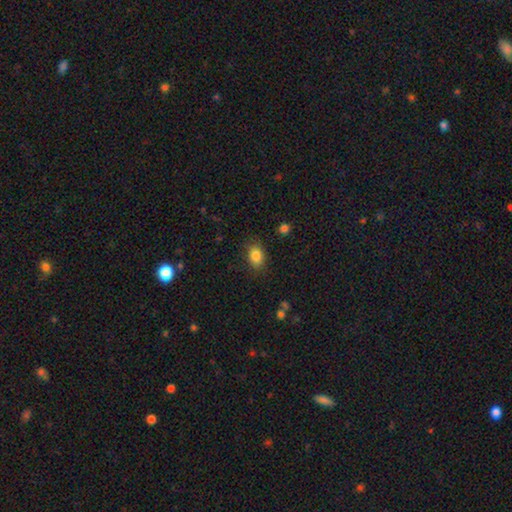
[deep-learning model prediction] A smooth galaxy with no disk features (85%) that is in between round and cigar-shaped (77%). Merging: none (80%).